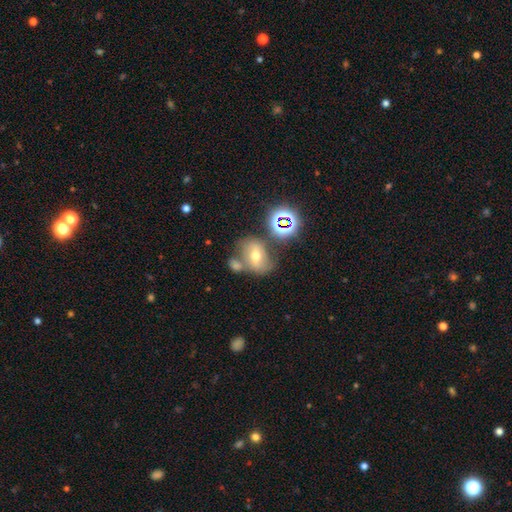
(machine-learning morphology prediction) Smooth or featured?
  - smooth: 42% *
  - featured or disk: 38%
  - star or artifact: 20%
Merging?
  - none: 51% *
  - merger: 25%
  - minor disturbance: 16%
  - major disturbance: 8%